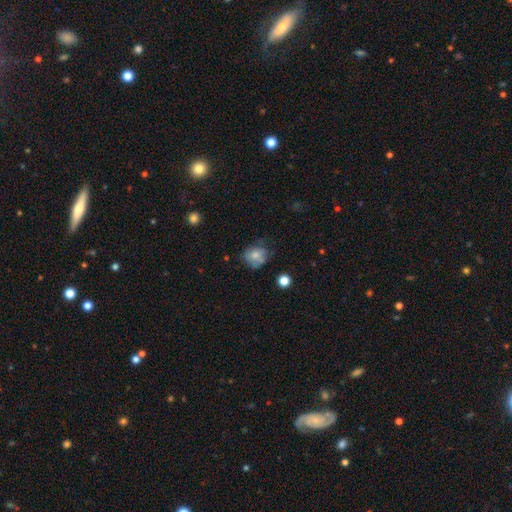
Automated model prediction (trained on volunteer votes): Q: Smooth or featured?
A: smooth (70%); runner-up: featured or disk (20%)
Q: How rounded?
A: round (53%); runner-up: in between (46%)
Q: Merging?
A: none (50%); runner-up: minor disturbance (30%)